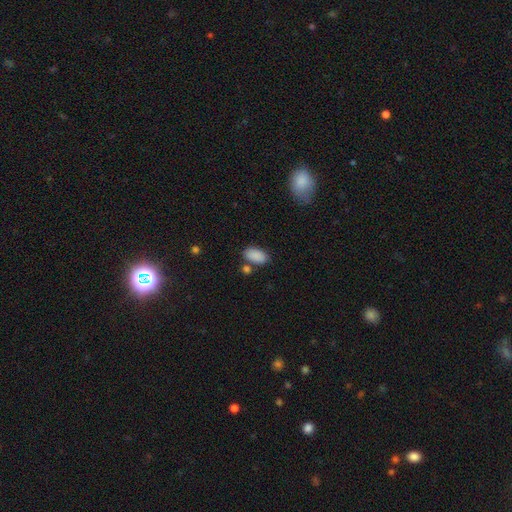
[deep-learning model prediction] Q: Smooth or featured?
A: smooth (88%); runner-up: star or artifact (8%)
Q: How rounded?
A: in between (94%); runner-up: round (4%)
Q: Merging?
A: none (71%); runner-up: minor disturbance (13%)